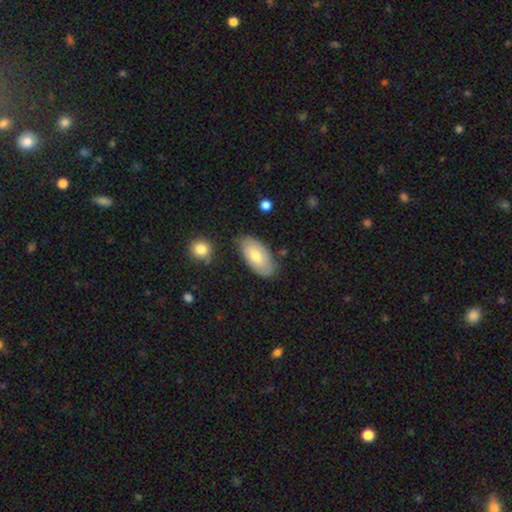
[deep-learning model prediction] A smooth galaxy with no disk features (65%) that is in between round and cigar-shaped (94%). Merging: none (77%).